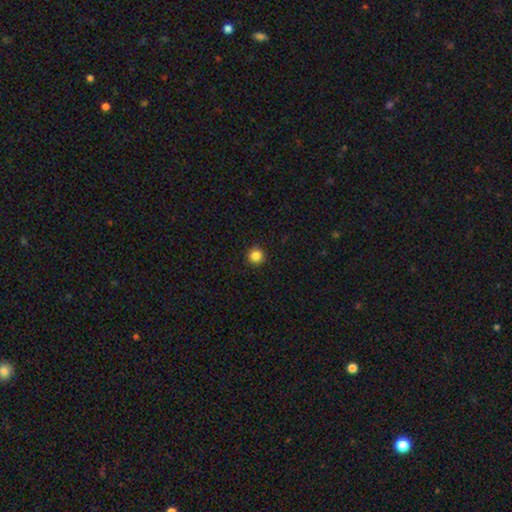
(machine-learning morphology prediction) type=smooth (86%); roundness=round (95%); merging=none (93%).